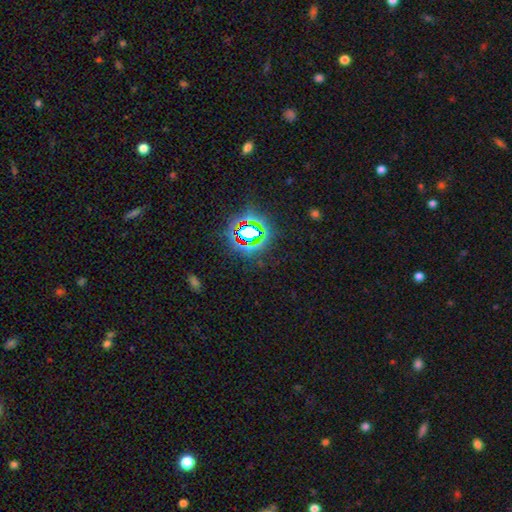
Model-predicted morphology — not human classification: A star or artifact, not a galaxy (78%).